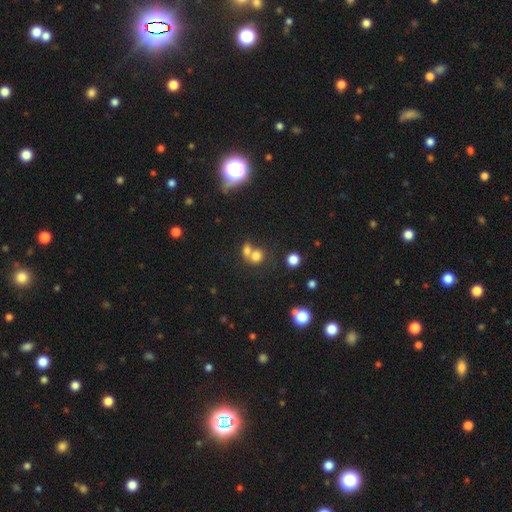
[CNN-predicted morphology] Overall: smooth (73%). How rounded: round (60%; in between 38%). Merging: merger (58%; none 30%).